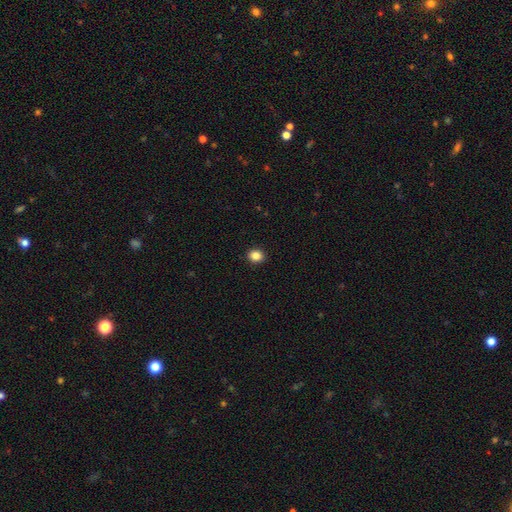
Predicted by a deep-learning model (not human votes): Smooth or featured? Predicted: smooth (p=0.86). How rounded? Predicted: round (p=0.73). Merging? Predicted: none (p=0.92).